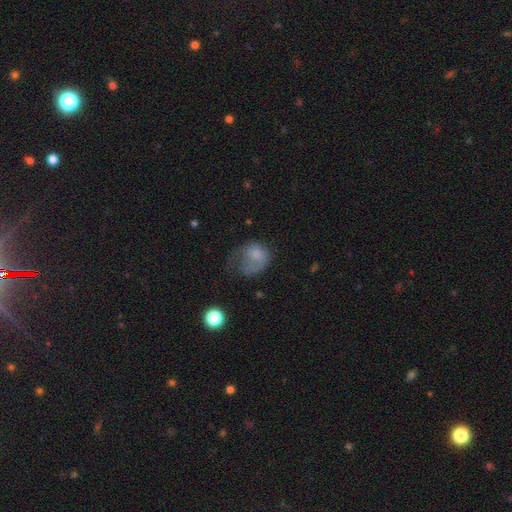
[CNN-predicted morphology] smooth-or-featured: smooth: 65% | featured or disk: 26% | star or artifact: 9%
  how-rounded: in between: 53% | round: 46% | cigar-shaped: 1%
  merging: major disturbance: 56% | minor disturbance: 23% | none: 19% | merger: 3%